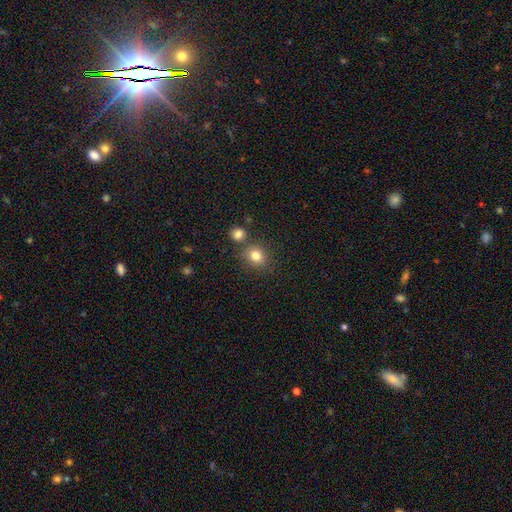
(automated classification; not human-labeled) Smooth or featured: smooth — 80% (star or artifact — 13%)
How rounded: round — 75% (in between — 24%)
Merging: none — 73% (merger — 13%)